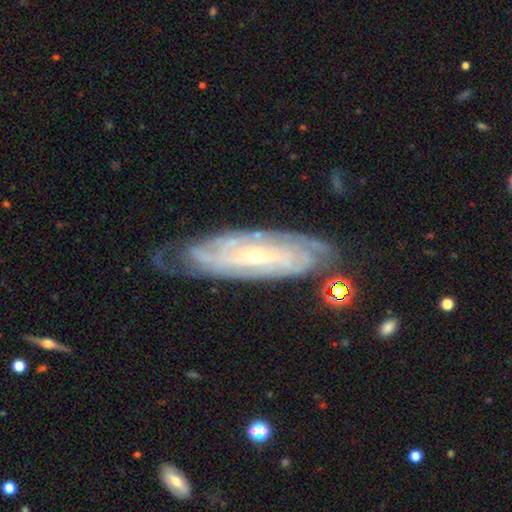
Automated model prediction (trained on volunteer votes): This is clearly a featured or disk galaxy (86%). It is clearly not viewed edge-on (86%). Bar: possibly no (51%). Spiral arm pattern: clearly yes (95%). Spiral arm count: marginally can't tell (43%). Spiral winding: likely tight (78%). Central bulge: likely small (71%). Merging: likely none (72%).